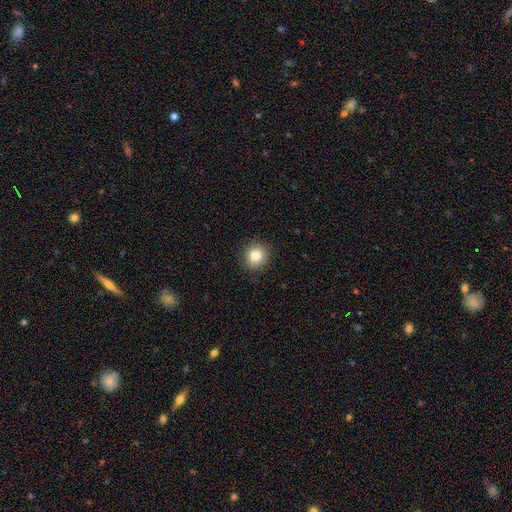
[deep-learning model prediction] smooth_or_featured: smooth (p=0.83) [alt: star or artifact p=0.10]
how_rounded: round (p=0.89) [alt: in between p=0.10]
merging: none (p=0.90) [alt: minor disturbance p=0.07]